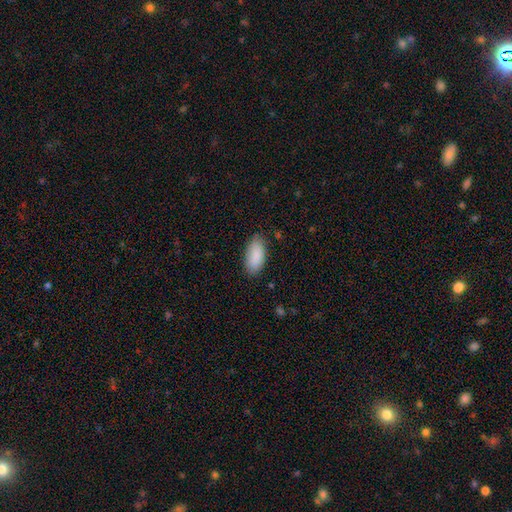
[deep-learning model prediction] This appears to be a smooth galaxy with no disk features (89%) that is in between round and cigar-shaped (92%). Merging: none (83%).